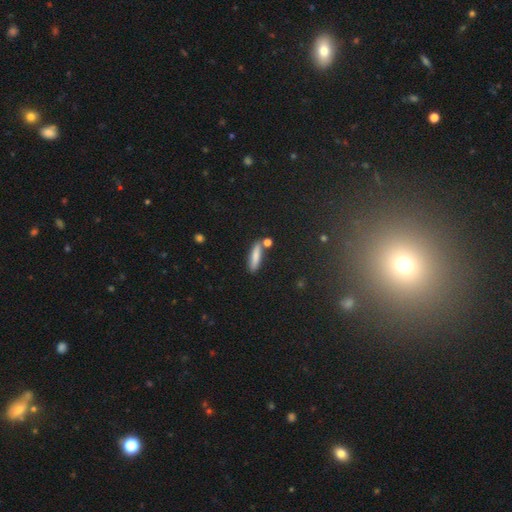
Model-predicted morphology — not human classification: Smooth or featured?
  - smooth: 77% *
  - featured or disk: 15%
  - star or artifact: 8%
How rounded?
  - cigar-shaped: 81% *
  - in between: 16%
  - round: 3%
Merging?
  - none: 76% *
  - minor disturbance: 12%
  - merger: 9%
  - major disturbance: 3%